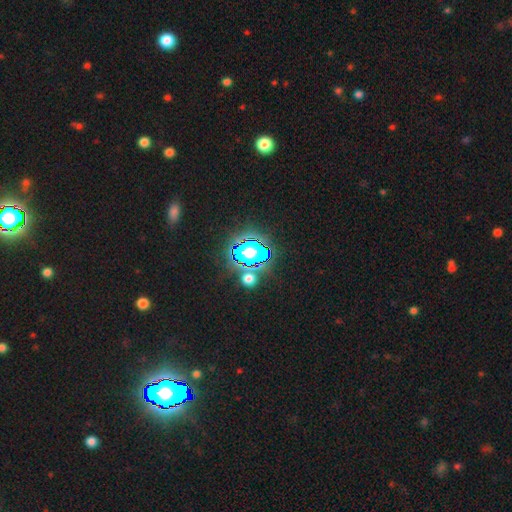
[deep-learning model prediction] Overall: star or artifact (78%).